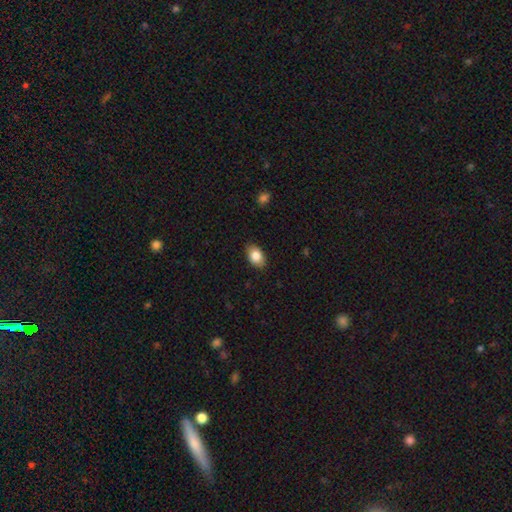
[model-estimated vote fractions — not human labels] smooth_or_featured: smooth (p=0.84) [alt: featured or disk p=0.09]
how_rounded: in between (p=0.87) [alt: round p=0.12]
merging: none (p=0.87) [alt: minor disturbance p=0.10]